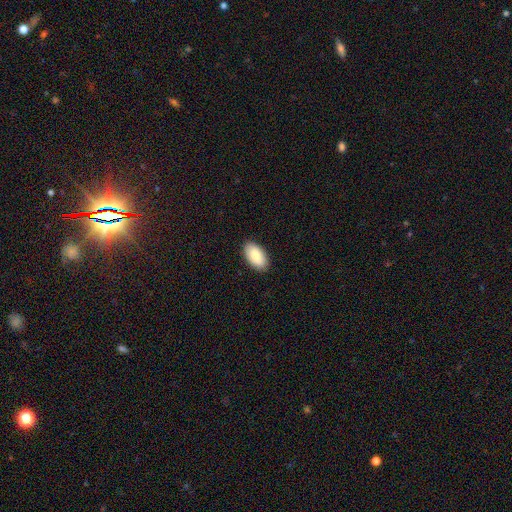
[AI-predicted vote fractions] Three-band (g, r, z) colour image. It shows a smooth galaxy with no disk features (84%) that is in between round and cigar-shaped (96%). Merging: none (89%).